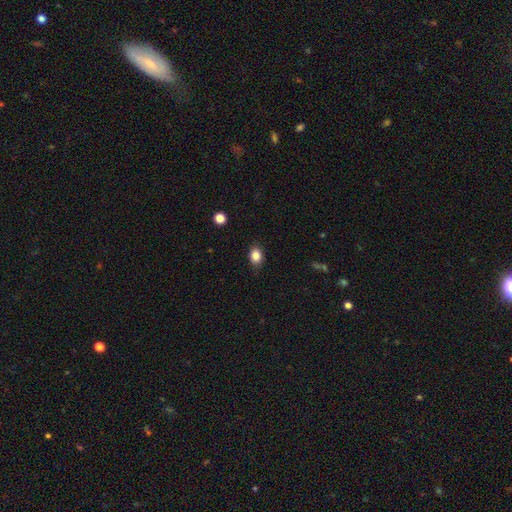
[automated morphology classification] smooth 86%, star or artifact 9%, featured or disk 5%. Down the decision tree: how rounded — in between (66%); merging — none (84%).